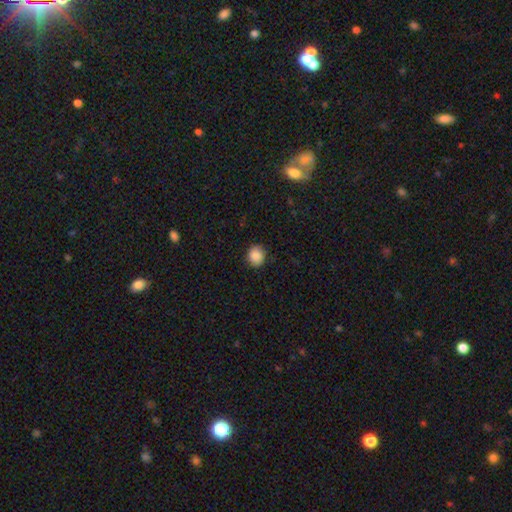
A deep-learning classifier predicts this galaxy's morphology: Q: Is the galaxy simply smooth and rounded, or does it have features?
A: smooth — 86%.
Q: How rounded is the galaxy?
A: round — 75%.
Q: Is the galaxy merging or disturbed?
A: none — 88%.